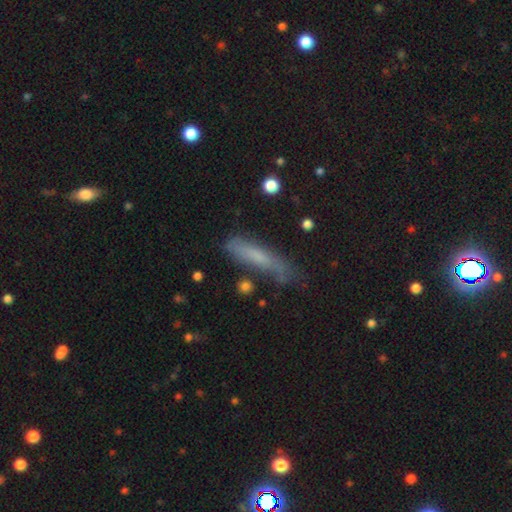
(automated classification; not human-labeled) smooth 64%, featured or disk 26%, star or artifact 10%. Down the decision tree: how rounded — cigar-shaped (81%); merging — none (58%).